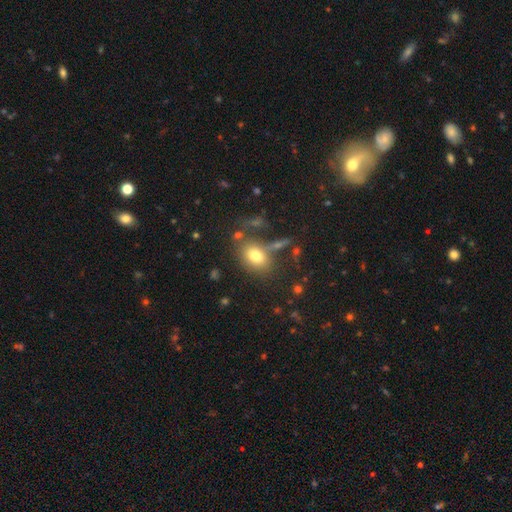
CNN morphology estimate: Smooth or featured? smooth (77%)
How rounded? in between (70%)
Merging? none (65%)